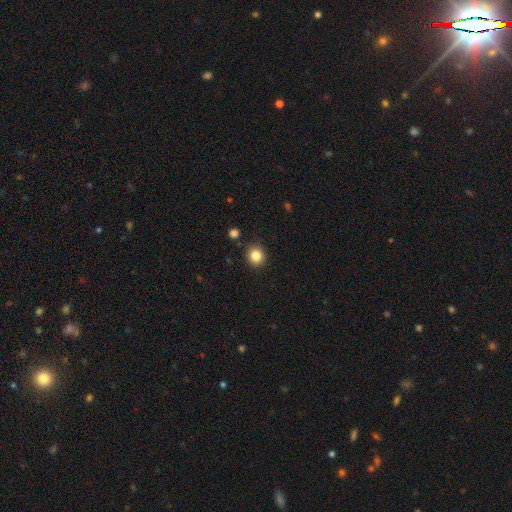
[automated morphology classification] Smooth or featured: smooth — 85% (star or artifact — 11%)
How rounded: round — 86% (in between — 13%)
Merging: none — 89% (minor disturbance — 7%)